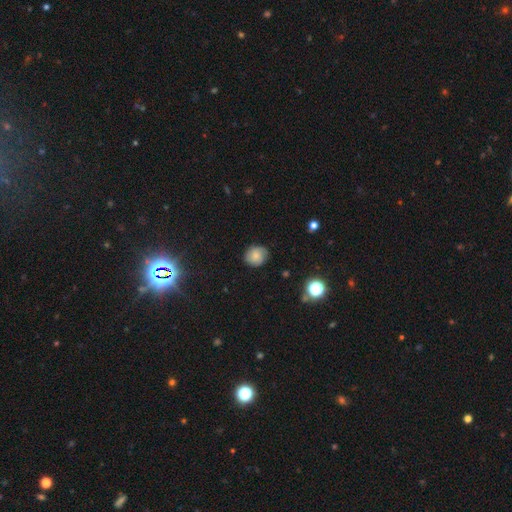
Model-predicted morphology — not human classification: type=smooth (70%); roundness=round (79%); merging=none (82%).